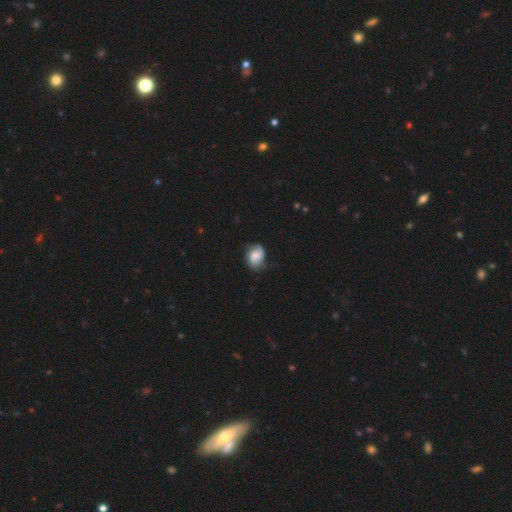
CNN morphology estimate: Smooth or featured? Predicted: smooth (p=0.50). How rounded? Predicted: in between (p=0.61). Merging? Predicted: none (p=0.68).